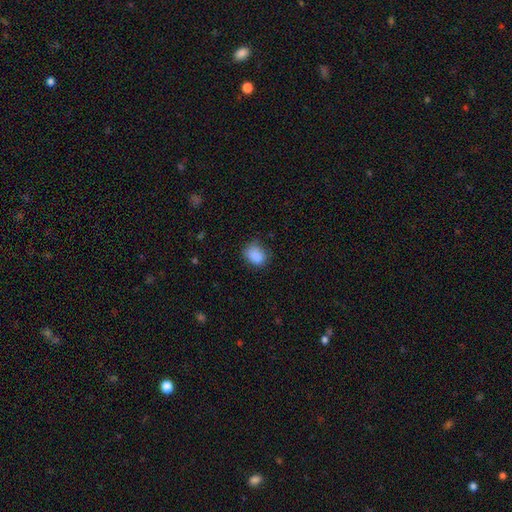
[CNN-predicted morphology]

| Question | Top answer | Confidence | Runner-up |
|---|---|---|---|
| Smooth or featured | smooth | 87% | star or artifact (9%) |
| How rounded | in between | 60% | round (39%) |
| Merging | none | 68% | minor disturbance (24%) |